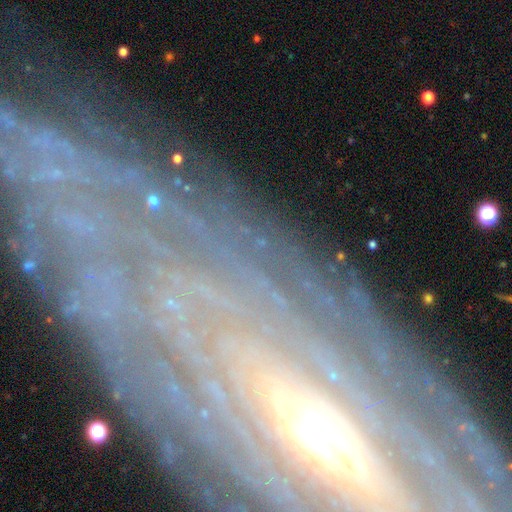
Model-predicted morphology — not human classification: Smooth or featured? Predicted: featured or disk (p=0.80). Edge-on disk? Predicted: no (p=0.77). Bar? Predicted: no (p=0.53). Spiral arms? Predicted: yes (p=0.82). Spiral winding? Predicted: tight (p=0.81). Spiral arm count? Predicted: can't tell (p=0.50). Bulge size? Predicted: moderate (p=0.52). Merging? Predicted: none (p=0.79).